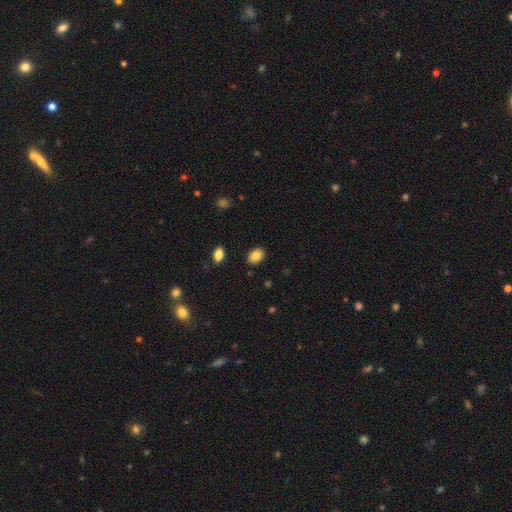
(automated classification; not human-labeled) smooth_or_featured: smooth (p=0.85) [alt: star or artifact p=0.09]
how_rounded: in between (p=0.76) [alt: round p=0.23]
merging: none (p=0.88) [alt: minor disturbance p=0.08]